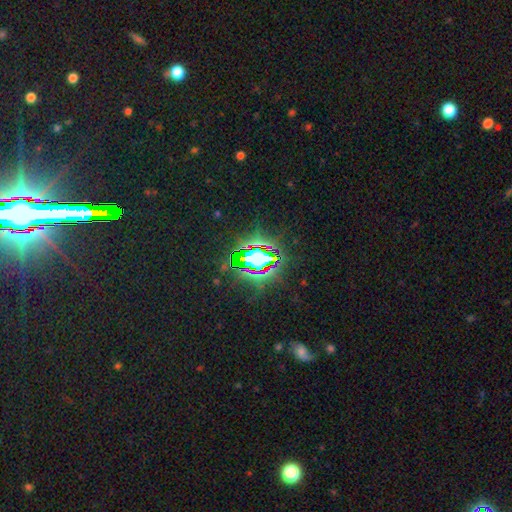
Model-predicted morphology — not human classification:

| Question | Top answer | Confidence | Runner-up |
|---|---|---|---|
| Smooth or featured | star or artifact | 78% | smooth (12%) |